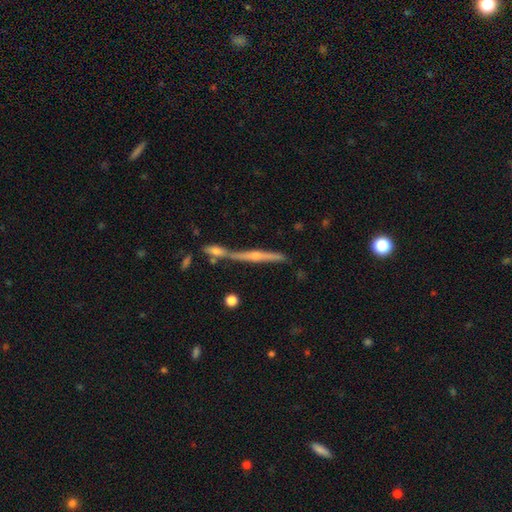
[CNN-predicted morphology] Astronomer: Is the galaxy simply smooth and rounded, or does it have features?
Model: featured or disk — 73%.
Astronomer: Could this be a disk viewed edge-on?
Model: yes — 96%.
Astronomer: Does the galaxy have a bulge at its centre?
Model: rounded — 73%.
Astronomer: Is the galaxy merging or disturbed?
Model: none — 57%.